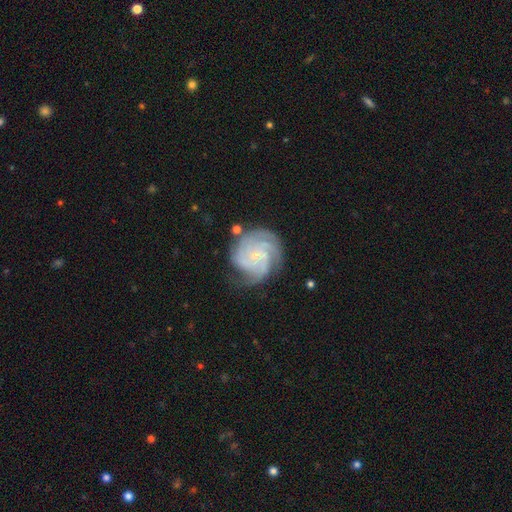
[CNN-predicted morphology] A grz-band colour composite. It shows a featured or disk galaxy (86%) with no bar (65%), 4 (40%) tight (64%) spiral arms (98%) and a small central bulge (79%). Merging: none (70%).